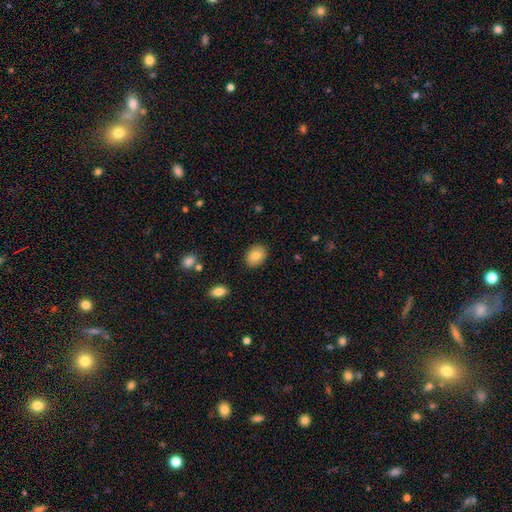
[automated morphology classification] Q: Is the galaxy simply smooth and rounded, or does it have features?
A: smooth — 81%.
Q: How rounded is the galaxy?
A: in between — 62%.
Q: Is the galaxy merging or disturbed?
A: none — 88%.